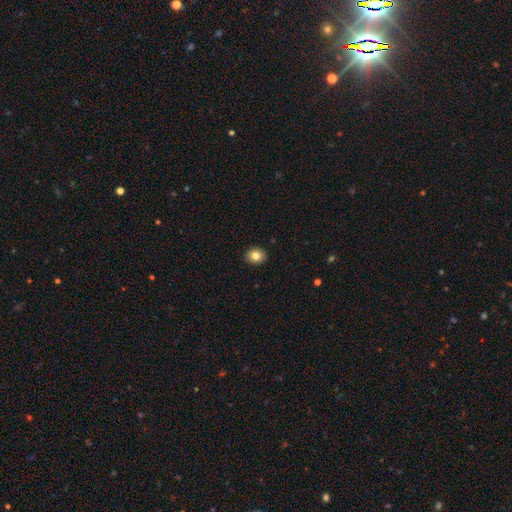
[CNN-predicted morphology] Smooth or featured: smooth — 82% (star or artifact — 10%)
How rounded: round — 61% (in between — 38%)
Merging: none — 91% (minor disturbance — 6%)